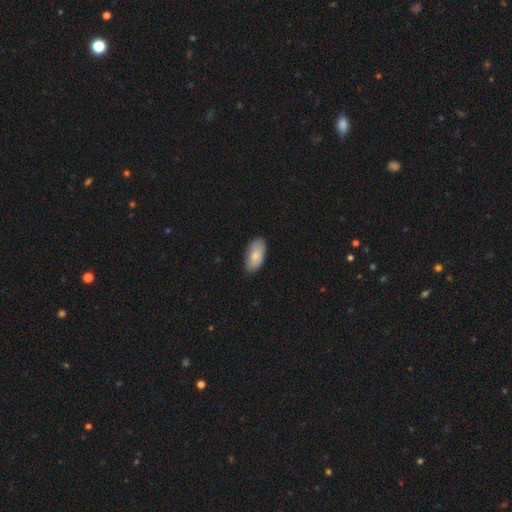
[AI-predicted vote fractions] smooth_or_featured: smooth (p=0.80) [alt: featured or disk p=0.14]
how_rounded: in between (p=0.93) [alt: cigar-shaped p=0.04]
merging: none (p=0.78) [alt: minor disturbance p=0.18]